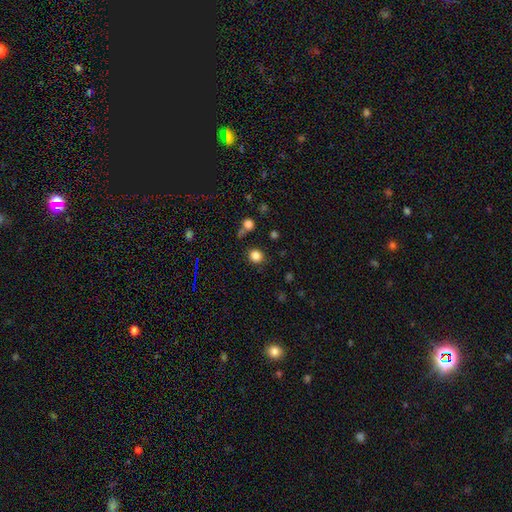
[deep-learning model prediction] Q: Smooth or featured?
A: smooth (83%); runner-up: star or artifact (12%)
Q: How rounded?
A: round (88%); runner-up: in between (11%)
Q: Merging?
A: none (83%); runner-up: minor disturbance (9%)